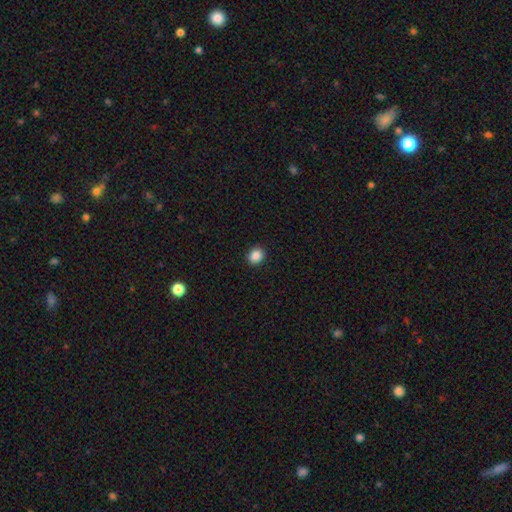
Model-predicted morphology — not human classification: smooth-or-featured: smooth: 87% | star or artifact: 10% | featured or disk: 4%
  how-rounded: round: 68% | in between: 31% | cigar-shaped: 1%
  merging: none: 92% | minor disturbance: 5% | major disturbance: 2% | merger: 1%